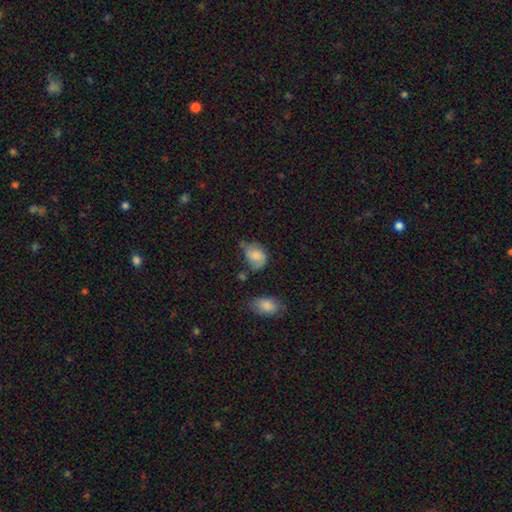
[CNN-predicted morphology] type=smooth (63%); roundness=in between (61%); merging=none (44%).